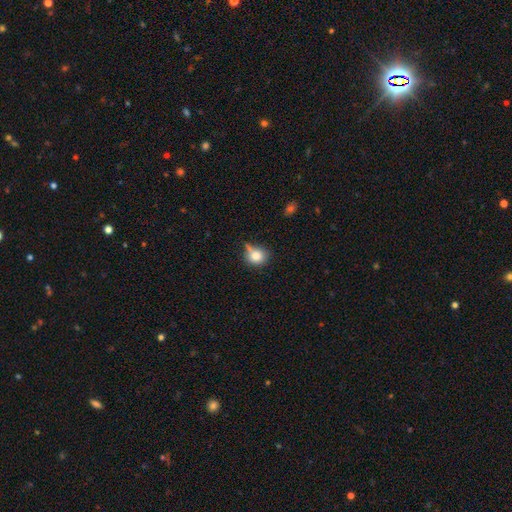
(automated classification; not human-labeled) smooth_or_featured: smooth (p=0.80) [alt: star or artifact p=0.11]
how_rounded: round (p=0.74) [alt: in between p=0.25]
merging: none (p=0.52) [alt: minor disturbance p=0.26]